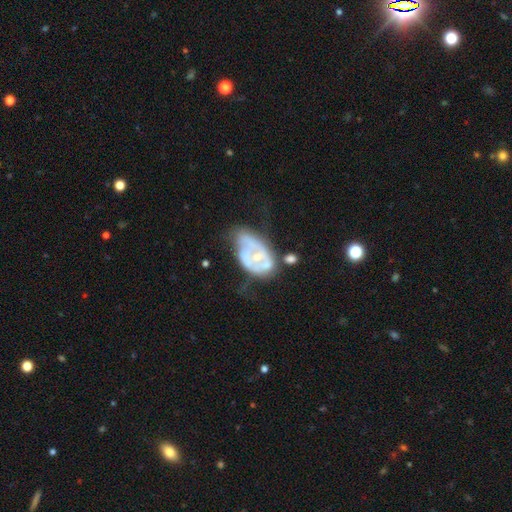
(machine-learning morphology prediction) Overall: featured or disk (69%). Edge-on disk: no (96%). Bar: no (72%). Spiral arms: no (54%; yes 46%). Bulge size: small (53%; moderate 36%). Merging: minor disturbance (30%; major disturbance 29%).